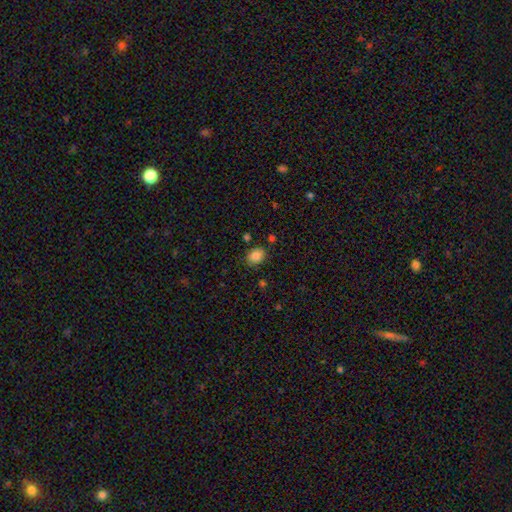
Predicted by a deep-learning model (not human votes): smooth_or_featured: smooth (p=0.86) [alt: star or artifact p=0.10]
how_rounded: in between (p=0.59) [alt: round p=0.40]
merging: none (p=0.82) [alt: minor disturbance p=0.12]